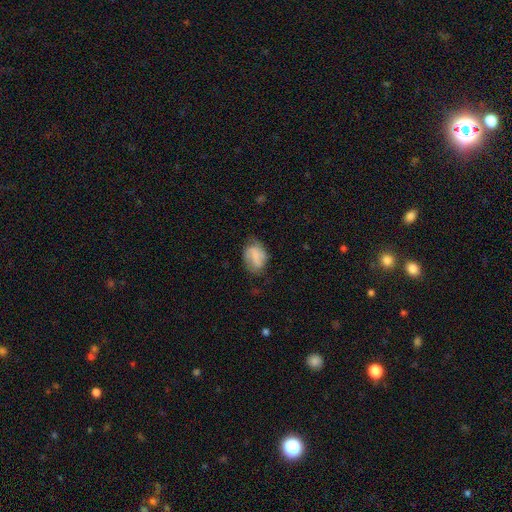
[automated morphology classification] Q: Smooth or featured?
A: featured or disk (46%); runner-up: smooth (45%)
Q: Merging?
A: none (60%); runner-up: minor disturbance (27%)